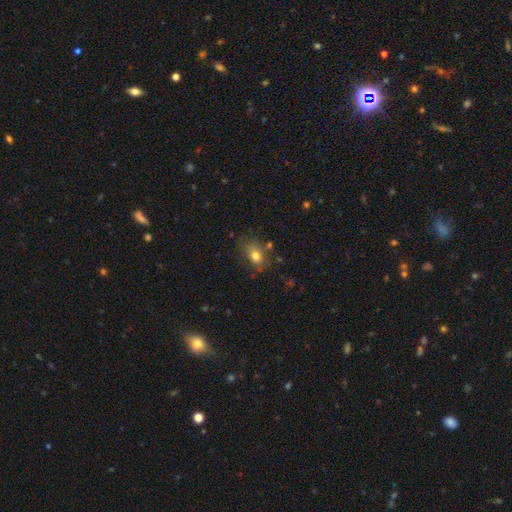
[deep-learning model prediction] smooth-or-featured: smooth: 77% | featured or disk: 12% | star or artifact: 11%
  how-rounded: in between: 63% | round: 36% | cigar-shaped: 1%
  merging: none: 68% | minor disturbance: 20% | major disturbance: 6% | merger: 5%